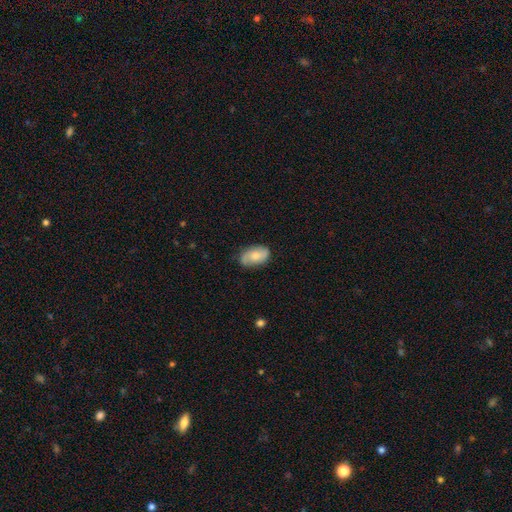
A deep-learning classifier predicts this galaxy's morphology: A smooth galaxy with no disk features (61%) that is in between round and cigar-shaped (91%). Merging: none (77%).